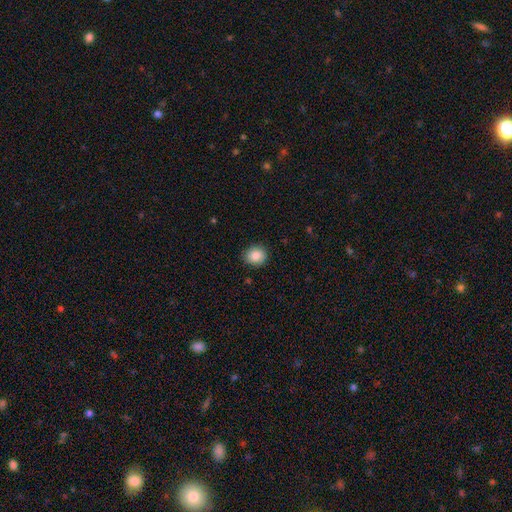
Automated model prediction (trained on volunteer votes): smooth_or_featured: smooth (p=0.86) [alt: star or artifact p=0.08]
how_rounded: round (p=0.79) [alt: in between p=0.20]
merging: none (p=0.87) [alt: minor disturbance p=0.10]